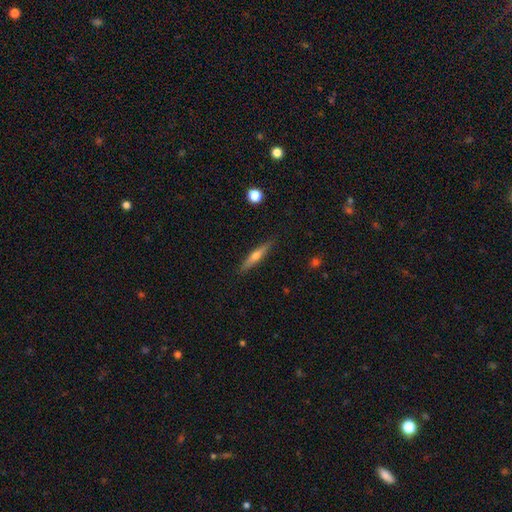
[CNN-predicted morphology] A featured or disk galaxy (56%) viewed edge-on (96%) with a rounded central bulge (87%). Merging: none (89%).